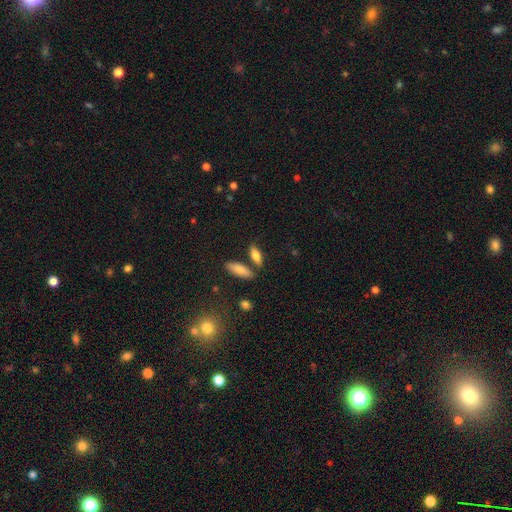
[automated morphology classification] A smooth galaxy with no disk features (76%) that is in between round and cigar-shaped (59%). Merging: none (70%).